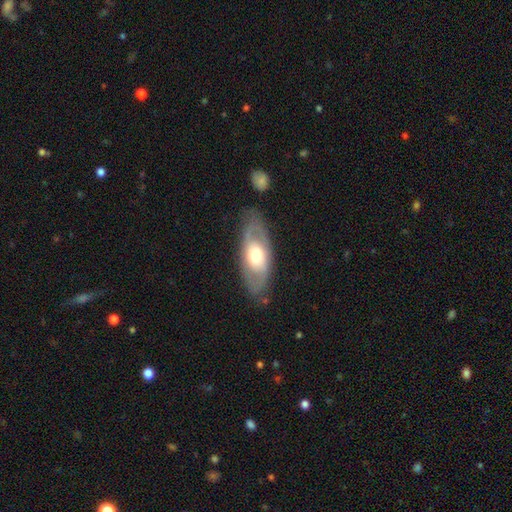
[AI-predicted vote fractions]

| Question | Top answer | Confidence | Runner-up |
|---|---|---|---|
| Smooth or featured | featured or disk | 55% | smooth (40%) |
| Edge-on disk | no | 83% | yes (17%) |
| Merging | none | 77% | minor disturbance (15%) |